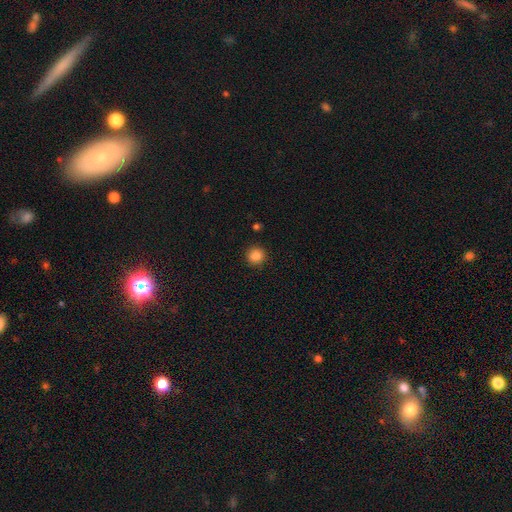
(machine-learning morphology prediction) A smooth galaxy with no disk features (86%) that is round (92%).

Vote fractions:
- Smooth or featured? smooth: 86% / star or artifact: 11% / featured or disk: 3%
- How rounded? round: 92% / in between: 7% / cigar-shaped: 1%
- Merging? none: 90% / minor disturbance: 6% / major disturbance: 2% / merger: 1%